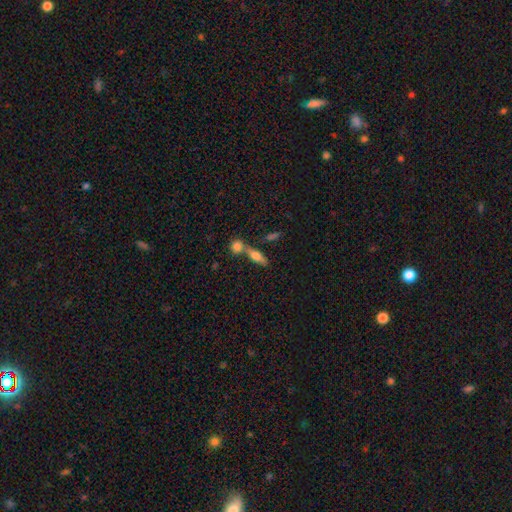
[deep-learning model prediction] A smooth galaxy with no disk features (61%) that is in between round and cigar-shaped (52%).

Vote fractions:
- Smooth or featured? smooth: 61% / featured or disk: 29% / star or artifact: 10%
- How rounded? in between: 52% / cigar-shaped: 39% / round: 9%
- Merging? none: 49% / merger: 38% / minor disturbance: 9% / major disturbance: 4%